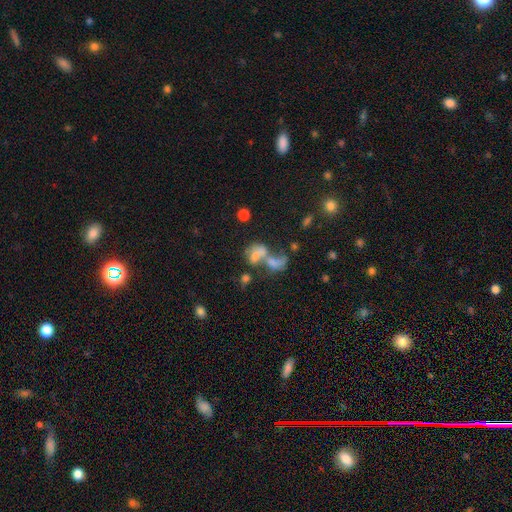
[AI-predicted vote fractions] A smooth galaxy with no disk features (42%).

Vote fractions:
- Smooth or featured? smooth: 42% / featured or disk: 35% / star or artifact: 23%
- Merging? merger: 61% / none: 18% / major disturbance: 14% / minor disturbance: 8%